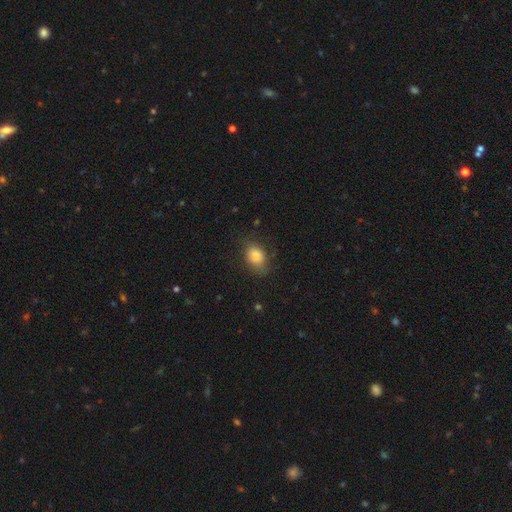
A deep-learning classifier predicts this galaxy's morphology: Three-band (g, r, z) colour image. It shows a smooth galaxy with no disk features (82%) that is in between round and cigar-shaped (73%). Merging: none (66%).